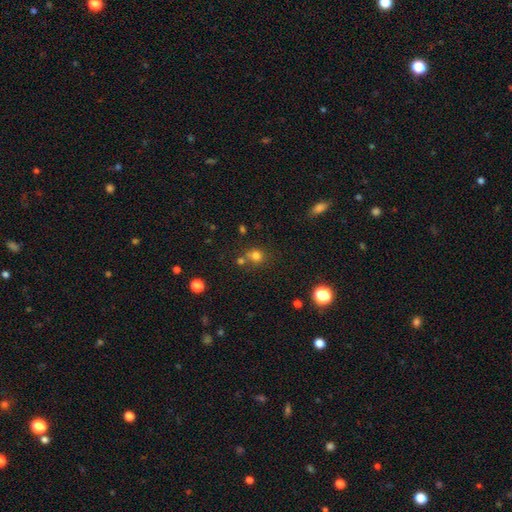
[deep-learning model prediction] smooth_or_featured: smooth (p=0.75) [alt: star or artifact p=0.17]
how_rounded: round (p=0.83) [alt: in between p=0.16]
merging: none (p=0.58) [alt: merger p=0.27]